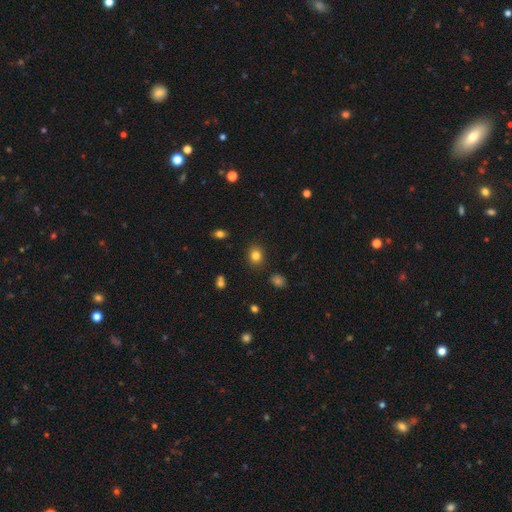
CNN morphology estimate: Smooth or featured: smooth — 82% (star or artifact — 12%)
How rounded: round — 61% (in between — 38%)
Merging: none — 87% (minor disturbance — 9%)